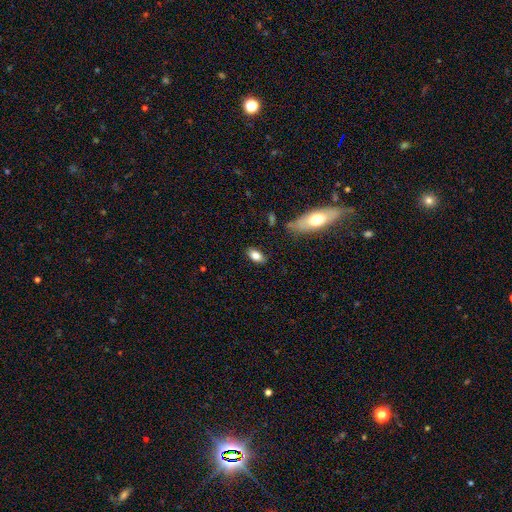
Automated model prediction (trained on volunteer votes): smooth 81%, featured or disk 11%, star or artifact 8%. Down the decision tree: how rounded — in between (89%); merging — none (83%).